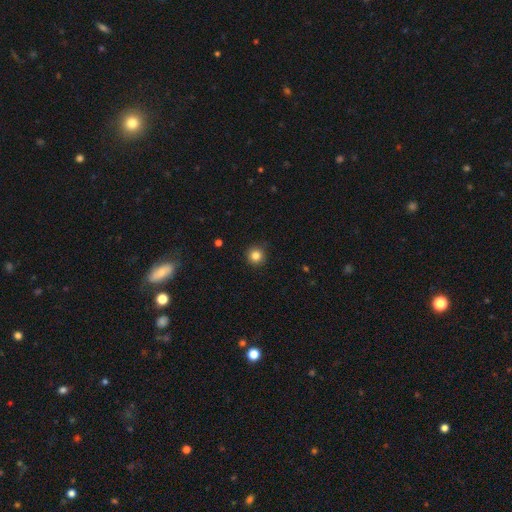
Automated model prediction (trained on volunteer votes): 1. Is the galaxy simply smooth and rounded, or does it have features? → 83% smooth, 12% star or artifact, 5% featured or disk.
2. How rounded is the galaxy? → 95% round, 4% in between, 1% cigar-shaped.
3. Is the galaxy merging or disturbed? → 90% none, 7% minor disturbance, 2% major disturbance, 1% merger.